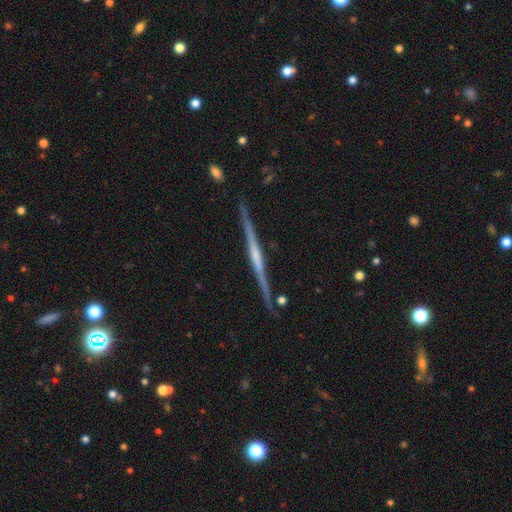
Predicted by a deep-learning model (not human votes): smooth-or-featured: featured or disk: 83% | smooth: 11% | star or artifact: 6%
  disk-edge-on: yes: 98% | no: 2%
    edge-on-bulge: rounded: 56% | none: 31% | boxy: 12%
  merging: none: 91% | minor disturbance: 7% | merger: 1% | major disturbance: 1%